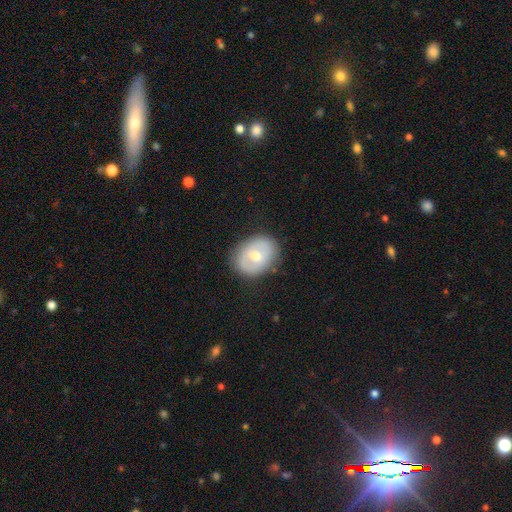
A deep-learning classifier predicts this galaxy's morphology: Smooth or featured?
  - smooth: 52% *
  - featured or disk: 41%
  - star or artifact: 7%
How rounded?
  - in between: 55% *
  - round: 44%
  - cigar-shaped: 1%
Merging?
  - none: 84% *
  - minor disturbance: 11%
  - major disturbance: 3%
  - merger: 1%